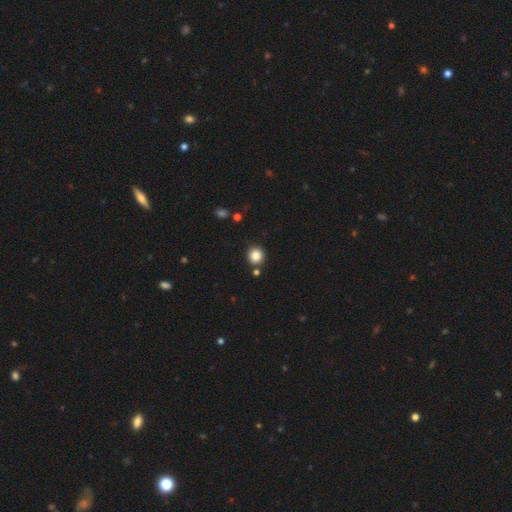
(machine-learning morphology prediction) smooth 84%, star or artifact 11%, featured or disk 5%. Down the decision tree: how rounded — round (90%); merging — none (84%).